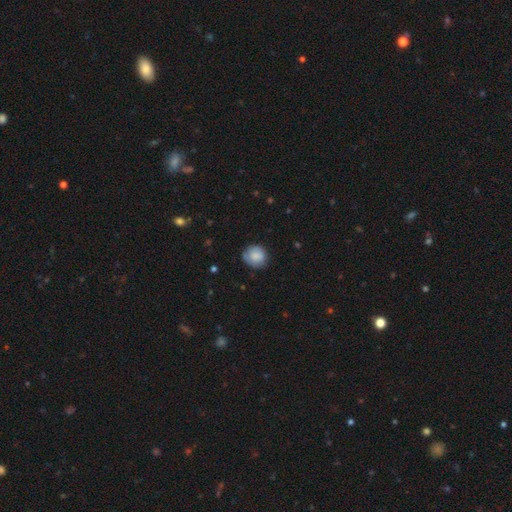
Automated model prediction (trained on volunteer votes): Smooth or featured? Predicted: smooth (p=0.77). How rounded? Predicted: round (p=0.84). Merging? Predicted: none (p=0.71).